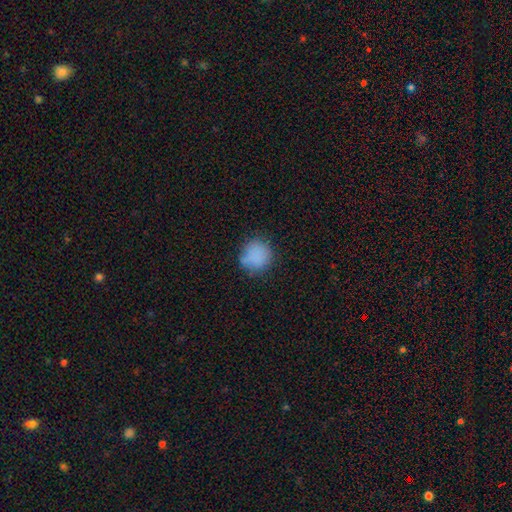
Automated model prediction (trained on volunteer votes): This appears to be a smooth galaxy with no disk features (82%) that is round (89%). Merging: none (69%).